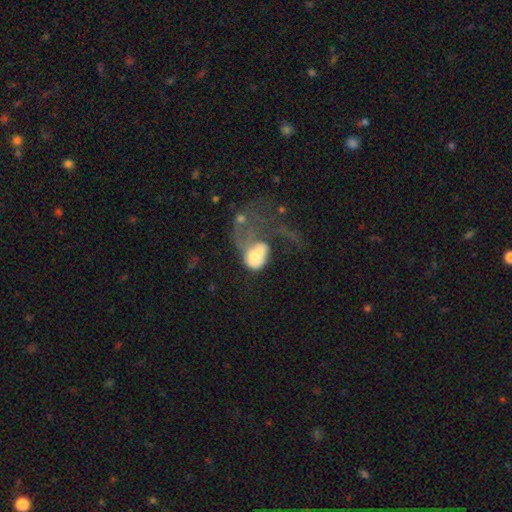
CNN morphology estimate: smooth-or-featured: smooth: 50% | featured or disk: 40% | star or artifact: 10%
  how-rounded: in between: 76% | round: 22% | cigar-shaped: 2%
  merging: major disturbance: 53% | merger: 32% | none: 8% | minor disturbance: 7%